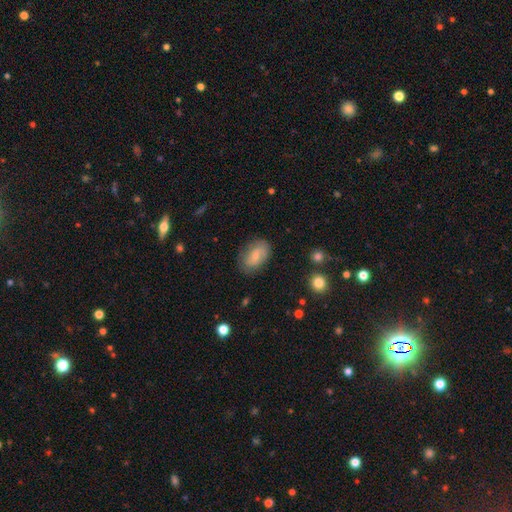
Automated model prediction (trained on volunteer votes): Smooth or featured?
  - smooth: 62% *
  - featured or disk: 30%
  - star or artifact: 8%
How rounded?
  - in between: 89% *
  - round: 9%
  - cigar-shaped: 2%
Merging?
  - none: 77% *
  - minor disturbance: 17%
  - major disturbance: 5%
  - merger: 2%